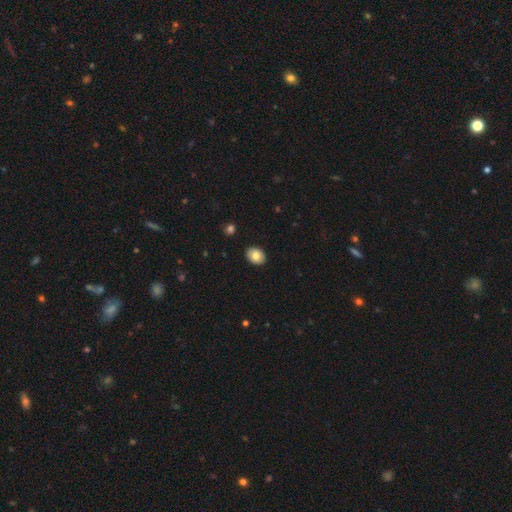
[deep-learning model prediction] Q: Smooth or featured?
A: smooth (80%); runner-up: featured or disk (13%)
Q: How rounded?
A: in between (66%); runner-up: round (33%)
Q: Merging?
A: none (90%); runner-up: minor disturbance (7%)